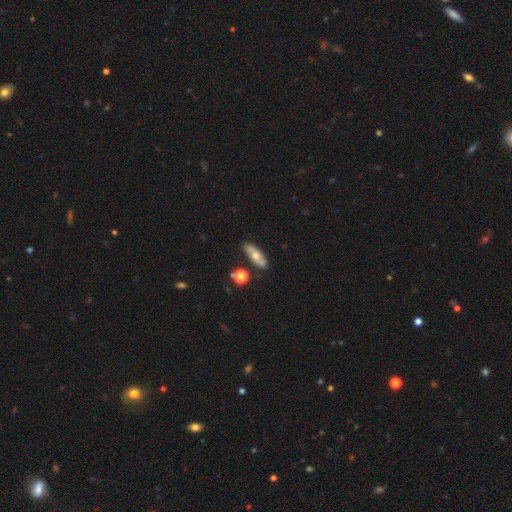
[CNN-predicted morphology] Smooth or featured?
  - smooth: 55% *
  - featured or disk: 37%
  - star or artifact: 8%
How rounded?
  - in between: 53% *
  - cigar-shaped: 42%
  - round: 5%
Merging?
  - none: 81% *
  - minor disturbance: 12%
  - merger: 4%
  - major disturbance: 3%